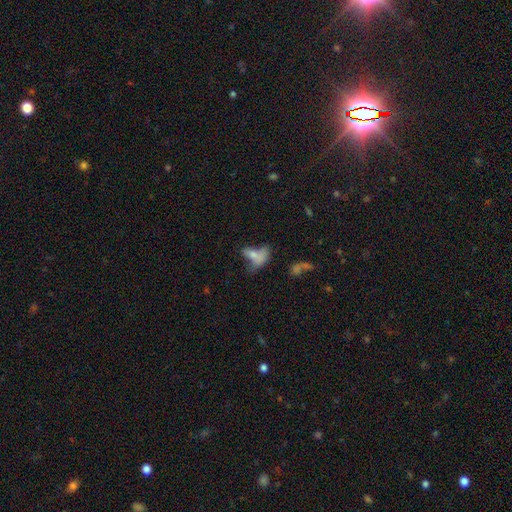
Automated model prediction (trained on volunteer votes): Smooth or featured? smooth (62%)
How rounded? in between (82%)
Merging? merger (33%)